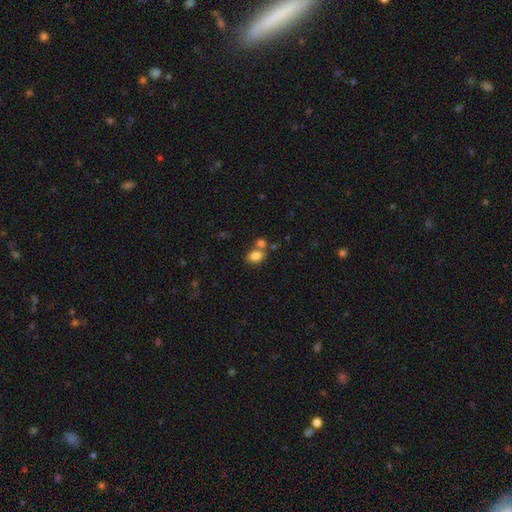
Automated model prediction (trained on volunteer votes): A smooth galaxy with no disk features (82%) that is in between round and cigar-shaped (76%).

Vote fractions:
- Smooth or featured? smooth: 82% / star or artifact: 10% / featured or disk: 8%
- How rounded? in between: 76% / round: 23% / cigar-shaped: 1%
- Merging? none: 49% / merger: 35% / minor disturbance: 12% / major disturbance: 4%